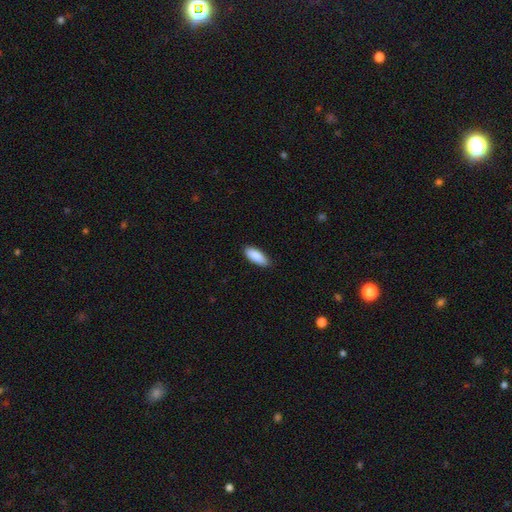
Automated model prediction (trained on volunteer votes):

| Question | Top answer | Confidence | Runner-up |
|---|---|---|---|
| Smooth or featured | smooth | 89% | star or artifact (6%) |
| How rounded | in between | 78% | cigar-shaped (20%) |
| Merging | none | 86% | minor disturbance (11%) |